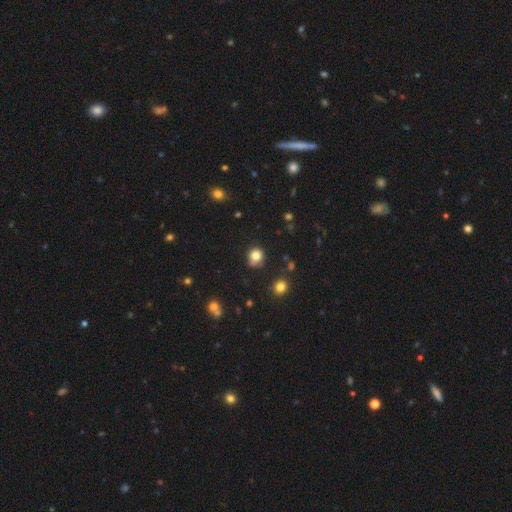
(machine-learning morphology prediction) Smooth or featured? Predicted: smooth (p=0.81). How rounded? Predicted: round (p=0.78). Merging? Predicted: none (p=0.69).